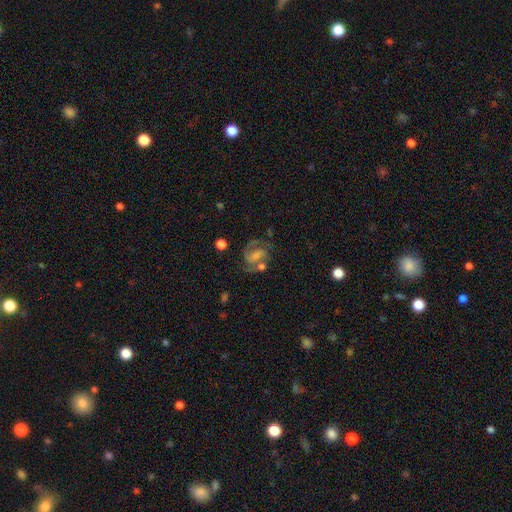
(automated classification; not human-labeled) This appears to be a featured or disk galaxy (79%) with a weak bar (47%), 2 (82%) medium (55%) spiral arms (94%) and a small central bulge (45%). Merging: none (64%).